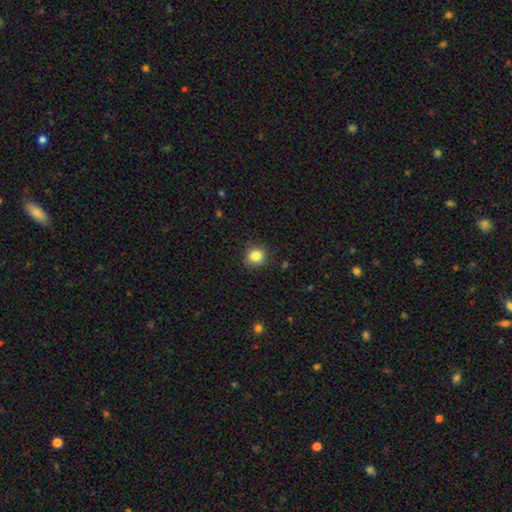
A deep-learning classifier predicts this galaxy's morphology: The model was most divided on "smooth or featured": smooth: 85%, star or artifact: 10%, featured or disk: 5%. More confident: how rounded — round (89%); merging — none (89%).